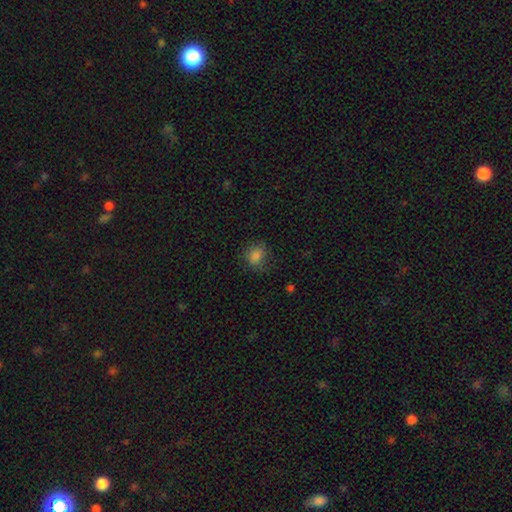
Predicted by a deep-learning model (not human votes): Overall: smooth (82%). How rounded: round (50%; in between 49%). Merging: none (66%).